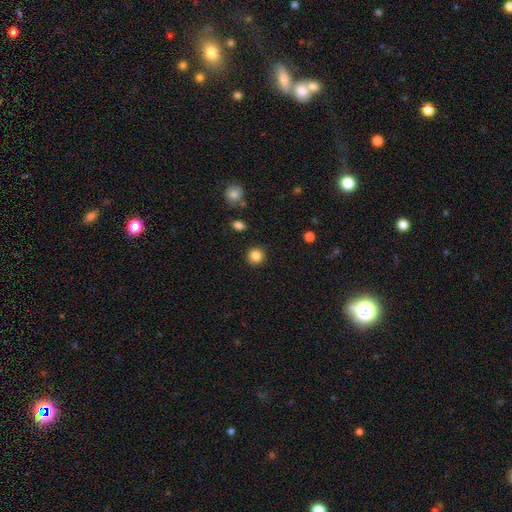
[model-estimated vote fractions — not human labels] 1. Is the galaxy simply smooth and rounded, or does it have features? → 84% smooth, 10% star or artifact, 5% featured or disk.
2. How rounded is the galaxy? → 91% round, 8% in between, 1% cigar-shaped.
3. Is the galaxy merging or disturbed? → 90% none, 6% minor disturbance, 2% major disturbance, 2% merger.